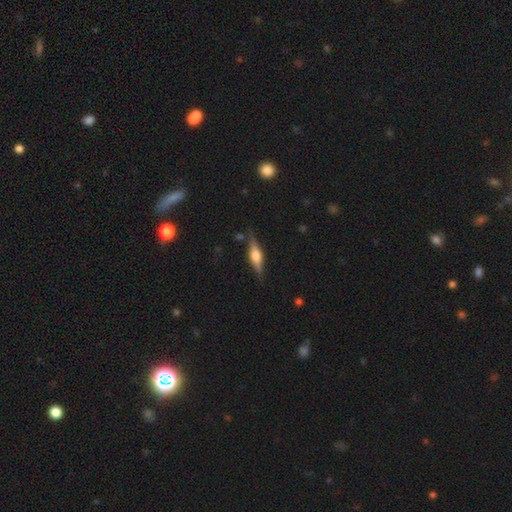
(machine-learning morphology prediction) smooth_or_featured: featured or disk (p=0.62) [alt: smooth p=0.31]
disk_edge_on: yes (p=0.96) [alt: no p=0.04]
edge_on_bulge: rounded (p=0.87) [alt: boxy p=0.11]
merging: none (p=0.82) [alt: minor disturbance p=0.13]